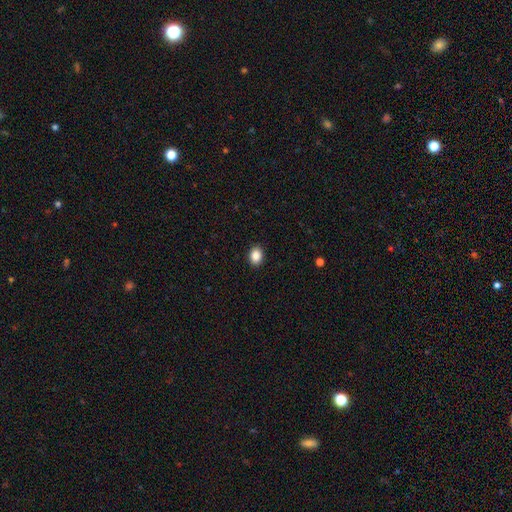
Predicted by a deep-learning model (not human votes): Smooth or featured: smooth — 87% (star or artifact — 9%)
How rounded: in between — 64% (round — 36%)
Merging: none — 91% (minor disturbance — 6%)